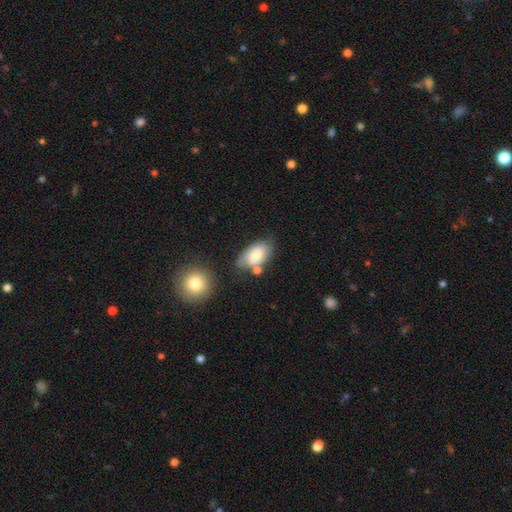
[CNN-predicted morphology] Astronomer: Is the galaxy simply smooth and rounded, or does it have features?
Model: smooth — 60%.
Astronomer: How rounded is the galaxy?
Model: in between — 91%.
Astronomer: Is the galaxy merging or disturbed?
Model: none — 55%.